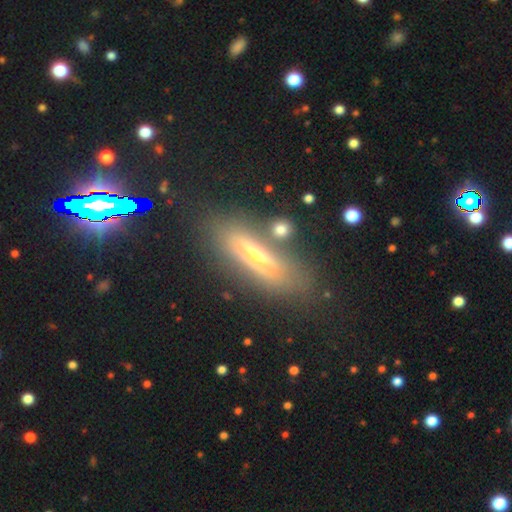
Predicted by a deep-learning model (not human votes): A smooth galaxy with no disk features (45%). Merging: none (77%).